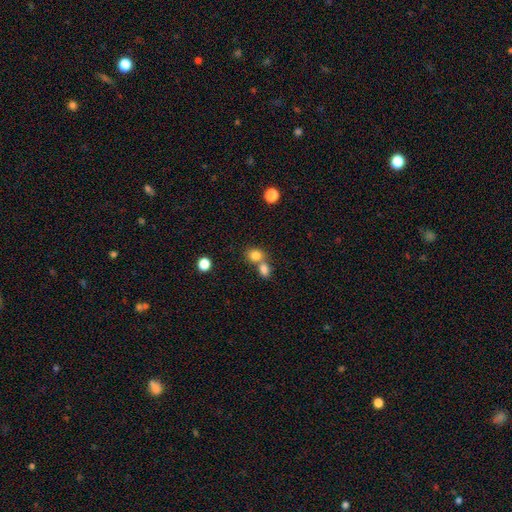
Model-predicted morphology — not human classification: Overall: smooth (81%). How rounded: round (67%; in between 32%). Merging: merger (50%; none 41%).